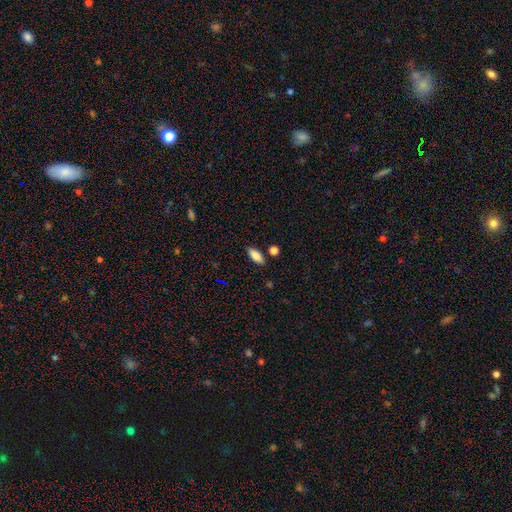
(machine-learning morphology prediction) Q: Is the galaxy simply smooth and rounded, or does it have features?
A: smooth — 84%.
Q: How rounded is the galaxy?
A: in between — 80%.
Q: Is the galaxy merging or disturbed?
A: none — 82%.